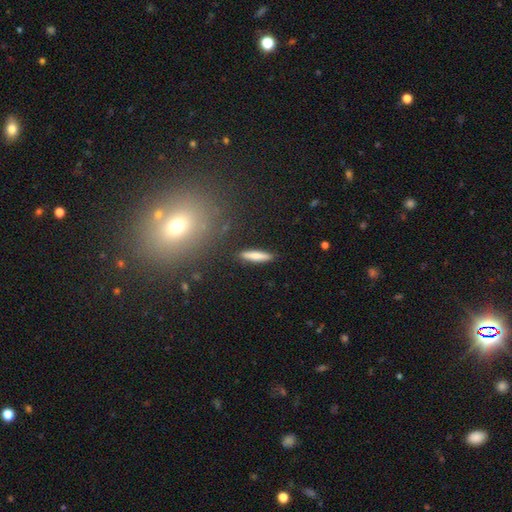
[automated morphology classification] Smooth or featured? smooth (77%)
How rounded? cigar-shaped (83%)
Merging? none (87%)